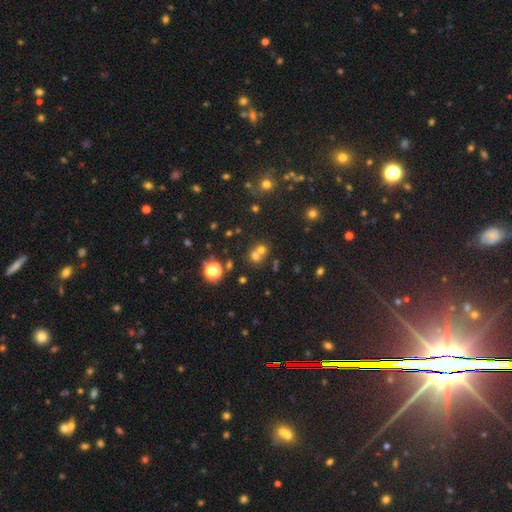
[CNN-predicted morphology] Smooth or featured: smooth — 59% (star or artifact — 27%)
How rounded: round — 81% (in between — 18%)
Merging: merger — 49% (none — 42%)